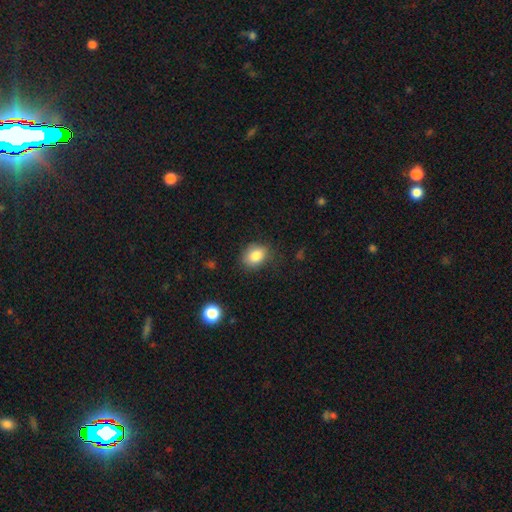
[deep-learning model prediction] Smooth or featured? smooth (84%)
How rounded? in between (60%)
Merging? none (79%)